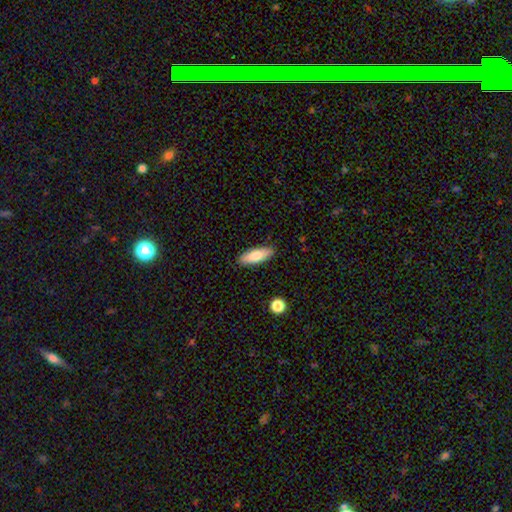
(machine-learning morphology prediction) Smooth or featured?
  - smooth: 78% *
  - featured or disk: 15%
  - star or artifact: 6%
How rounded?
  - in between: 59% *
  - cigar-shaped: 39%
  - round: 2%
Merging?
  - none: 88% *
  - minor disturbance: 9%
  - major disturbance: 2%
  - merger: 1%